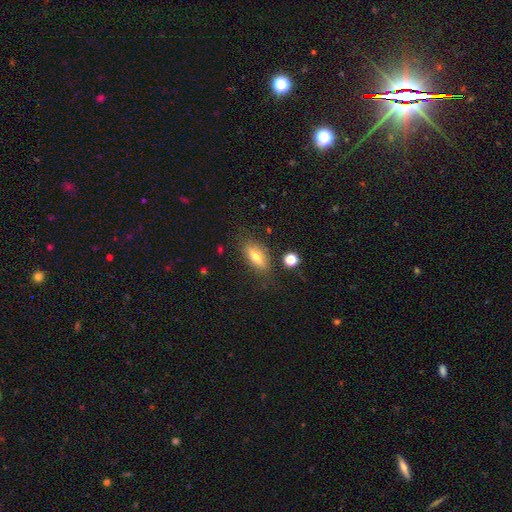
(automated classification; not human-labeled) Q: Smooth or featured?
A: smooth (56%); runner-up: featured or disk (35%)
Q: How rounded?
A: in between (65%); runner-up: cigar-shaped (31%)
Q: Merging?
A: none (78%); runner-up: minor disturbance (14%)